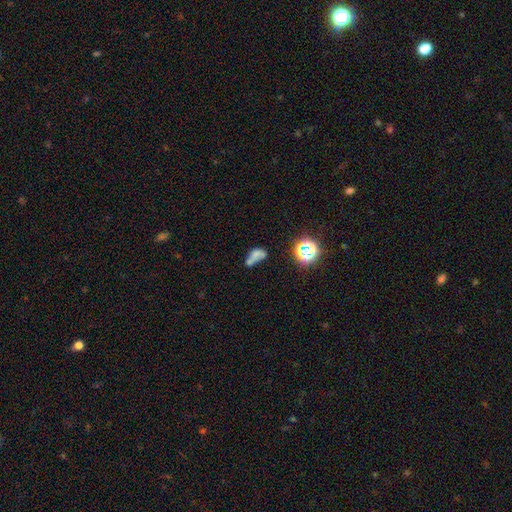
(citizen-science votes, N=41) smooth_or_featured: smooth (p=0.54) [alt: featured or disk p=0.39]
how_rounded: in between (p=0.91) [alt: round p=0.05]
merging: merger (p=0.34) [alt: major disturbance p=0.32]